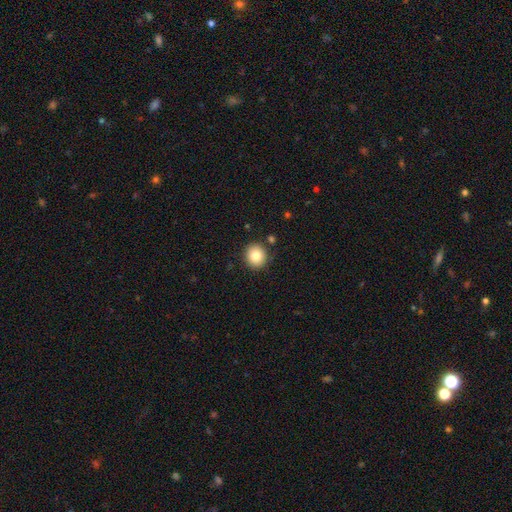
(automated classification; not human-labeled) This appears to be a smooth galaxy with no disk features (82%) that is round (88%). Merging: none (88%).